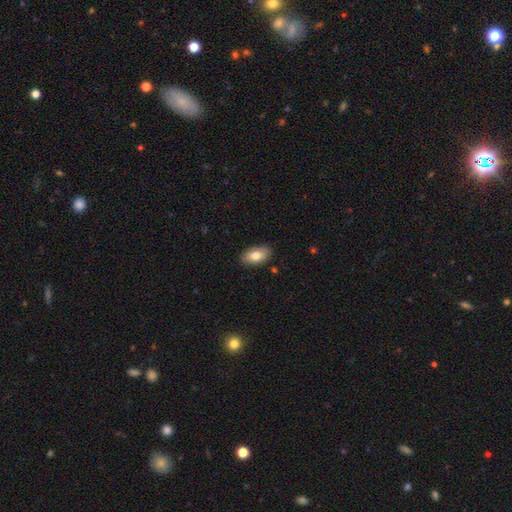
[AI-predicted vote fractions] smooth 78%, featured or disk 16%, star or artifact 7%. Down the decision tree: how rounded — in between (93%); merging — none (87%).